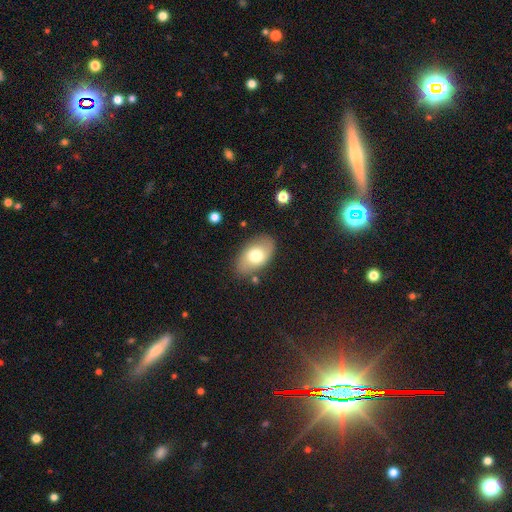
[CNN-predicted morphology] This appears to be a smooth galaxy with no disk features (70%) that is in between round and cigar-shaped (92%). Merging: none (81%).